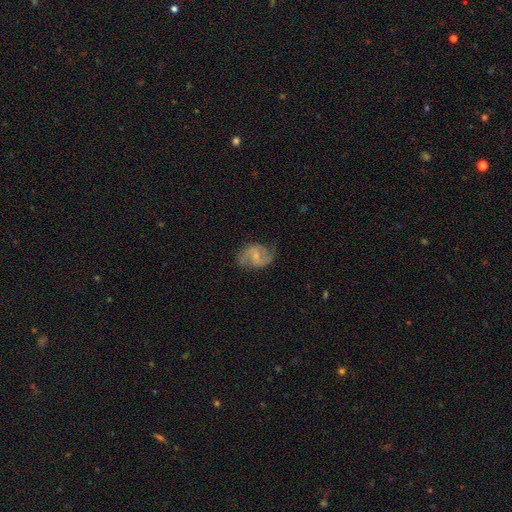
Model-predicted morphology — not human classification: A featured or disk galaxy (77%) with a weak bar (48%), 2 (89%) medium (52%) spiral arms (93%) and a small central bulge (57%). Merging: none (71%).